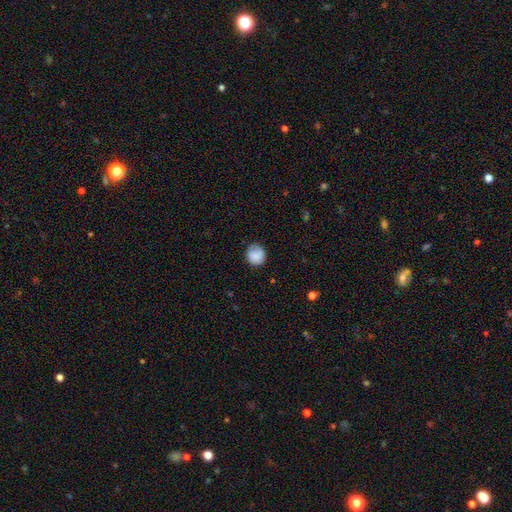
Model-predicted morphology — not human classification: Smooth or featured? smooth (78%)
How rounded? round (85%)
Merging? none (71%)